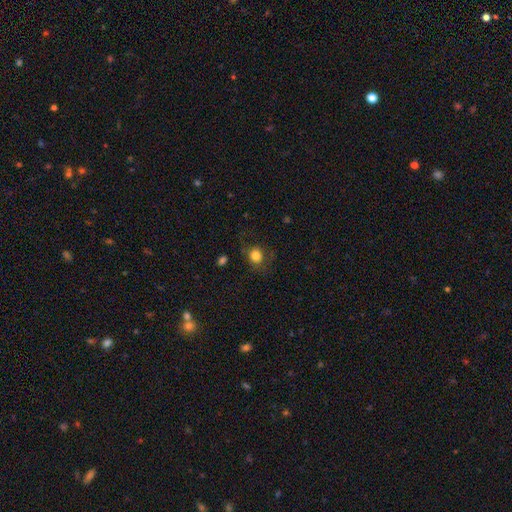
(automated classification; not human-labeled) A smooth galaxy with no disk features (81%) that is round (76%).

Vote fractions:
- Smooth or featured? smooth: 81% / star or artifact: 10% / featured or disk: 9%
- How rounded? round: 76% / in between: 23% / cigar-shaped: 1%
- Merging? none: 69% / minor disturbance: 18% / major disturbance: 11% / merger: 2%